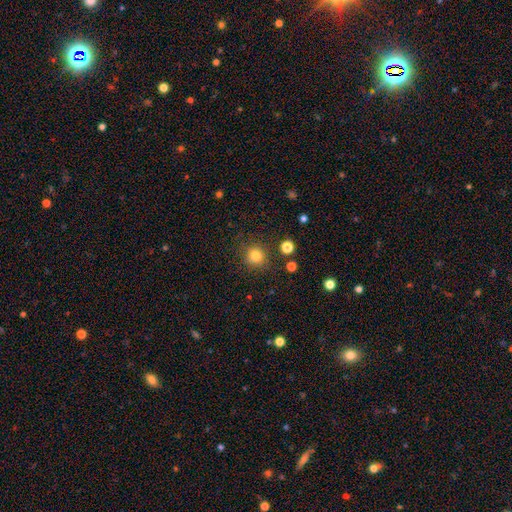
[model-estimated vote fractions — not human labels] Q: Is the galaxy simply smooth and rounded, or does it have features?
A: smooth — 81%.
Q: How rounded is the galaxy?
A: round — 90%.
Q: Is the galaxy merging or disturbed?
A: none — 87%.